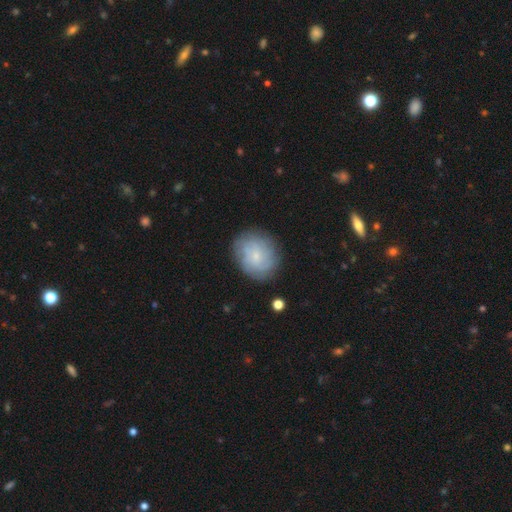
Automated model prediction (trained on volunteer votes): Smooth or featured?
  - featured or disk: 49% *
  - smooth: 42%
  - star or artifact: 9%
Merging?
  - none: 81% *
  - minor disturbance: 13%
  - major disturbance: 4%
  - merger: 1%